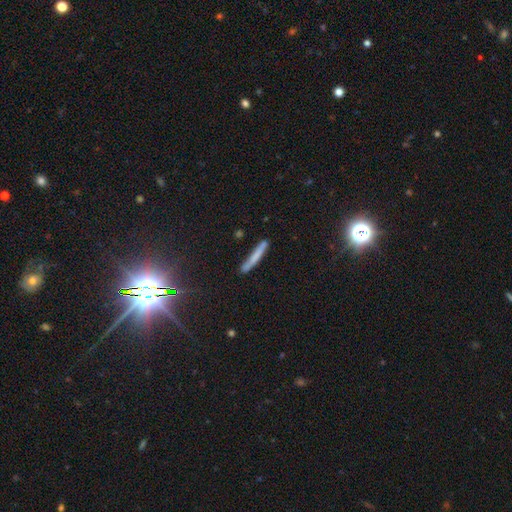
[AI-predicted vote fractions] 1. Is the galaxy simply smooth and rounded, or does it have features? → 69% smooth, 22% featured or disk, 9% star or artifact.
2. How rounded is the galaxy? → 96% cigar-shaped, 3% in between, 1% round.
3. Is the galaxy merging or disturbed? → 79% none, 15% minor disturbance, 3% merger, 3% major disturbance.